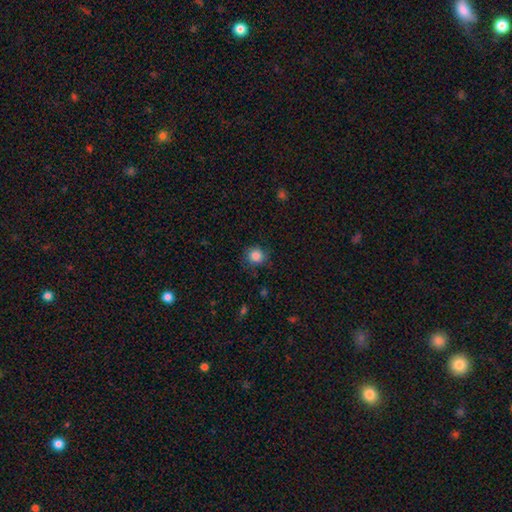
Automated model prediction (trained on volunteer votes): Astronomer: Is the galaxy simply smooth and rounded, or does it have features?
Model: smooth — 85%.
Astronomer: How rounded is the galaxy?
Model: round — 89%.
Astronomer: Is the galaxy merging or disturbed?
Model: none — 83%.